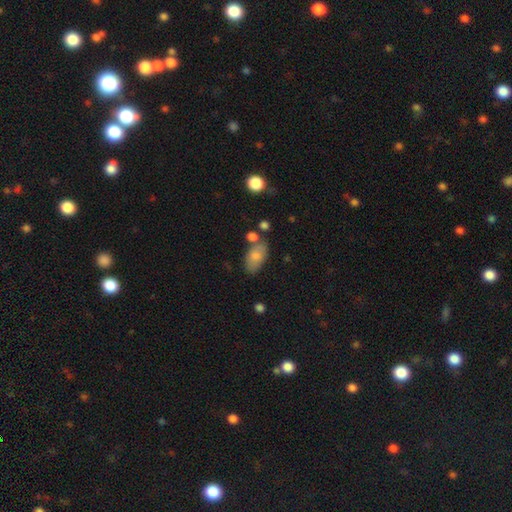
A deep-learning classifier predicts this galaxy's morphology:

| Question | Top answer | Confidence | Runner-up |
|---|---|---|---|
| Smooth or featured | smooth | 75% | featured or disk (18%) |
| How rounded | in between | 93% | round (5%) |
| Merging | none | 60% | minor disturbance (20%) |